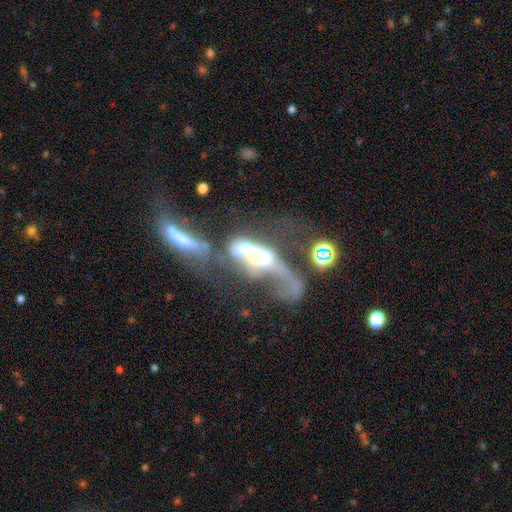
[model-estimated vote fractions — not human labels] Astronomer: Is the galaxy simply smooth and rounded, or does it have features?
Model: featured or disk — 58%.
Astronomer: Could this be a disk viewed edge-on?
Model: no — 89%.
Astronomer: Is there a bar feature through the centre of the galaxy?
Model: no — 77%.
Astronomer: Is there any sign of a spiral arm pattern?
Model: no — 69%.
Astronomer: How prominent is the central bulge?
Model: moderate — 35% (runner-up: none, 22%).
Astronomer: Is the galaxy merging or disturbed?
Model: merger — 68%.